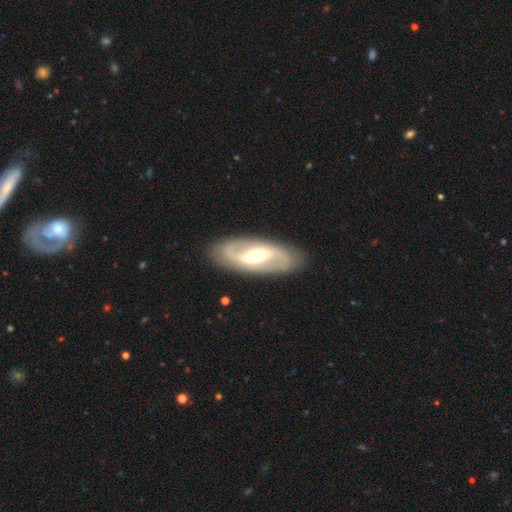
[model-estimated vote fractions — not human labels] Overall: featured or disk (82%). Edge-on disk: no (93%). Bar: weak (42%; strong 39%). Spiral arms: yes (86%). Spiral arm count: 2 (90%). Spiral winding: medium (45%; loose 31%). Bulge size: moderate (66%). Merging: none (87%).